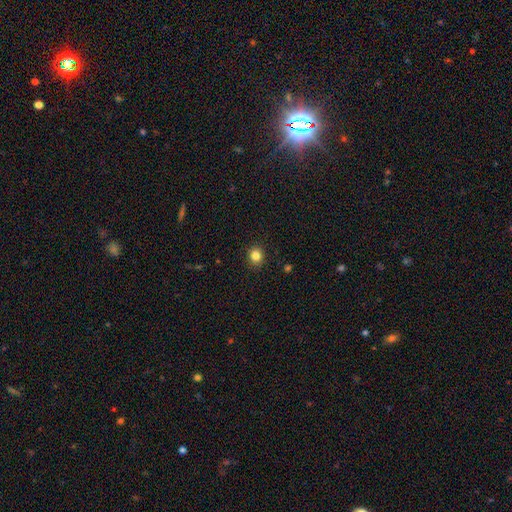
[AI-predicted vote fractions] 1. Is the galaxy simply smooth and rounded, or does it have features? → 84% smooth, 11% star or artifact, 4% featured or disk.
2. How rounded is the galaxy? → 77% round, 22% in between, 1% cigar-shaped.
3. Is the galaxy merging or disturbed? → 91% none, 6% minor disturbance, 2% major disturbance, 1% merger.